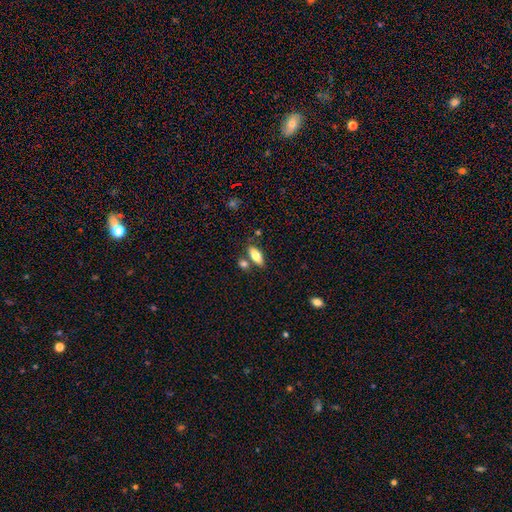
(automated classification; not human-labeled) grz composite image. It shows a smooth galaxy with no disk features (76%) that is in between round and cigar-shaped (81%). Merging: none (70%).